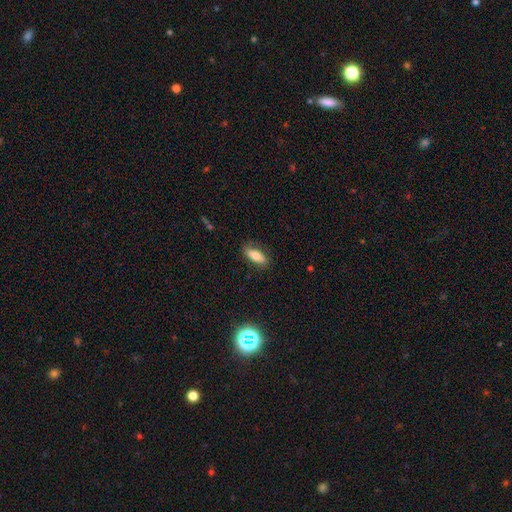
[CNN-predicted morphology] Q: Smooth or featured?
A: smooth (74%); runner-up: featured or disk (18%)
Q: How rounded?
A: in between (79%); runner-up: cigar-shaped (18%)
Q: Merging?
A: none (81%); runner-up: minor disturbance (14%)